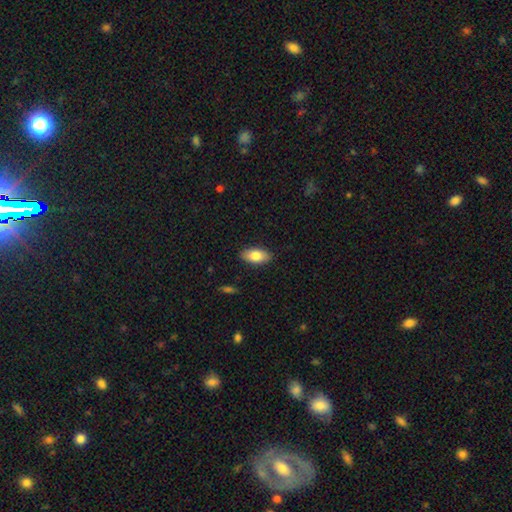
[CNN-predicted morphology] This appears to be a smooth galaxy with no disk features (81%) that is in between round and cigar-shaped (91%). Merging: none (88%).